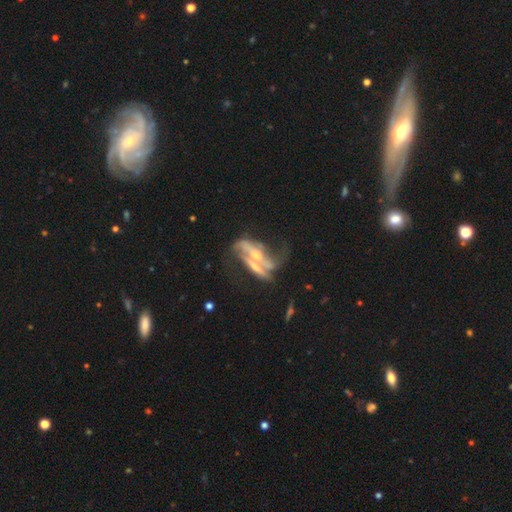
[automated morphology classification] Smooth or featured: featured or disk — 79% (smooth — 13%)
Edge-on disk: no — 74% (yes — 26%)
Bar: no — 43% (strong — 33%)
Spiral arms: yes — 70% (no — 30%)
Bulge size: moderate — 54% (small — 39%)
Merging: merger — 38% (none — 27%)